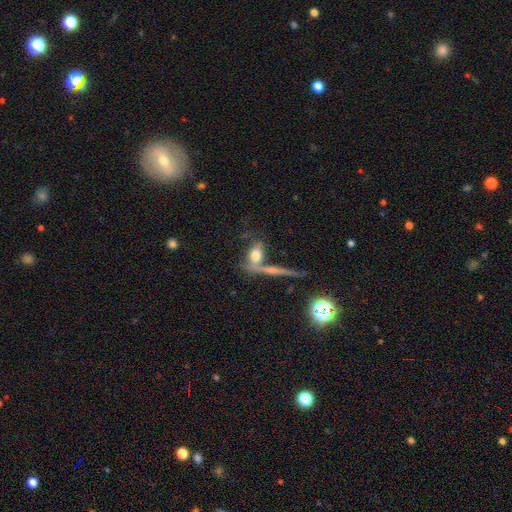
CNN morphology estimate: This is possibly a smooth galaxy (59%). How rounded: likely in between (65%). Merging: marginally none (44%).